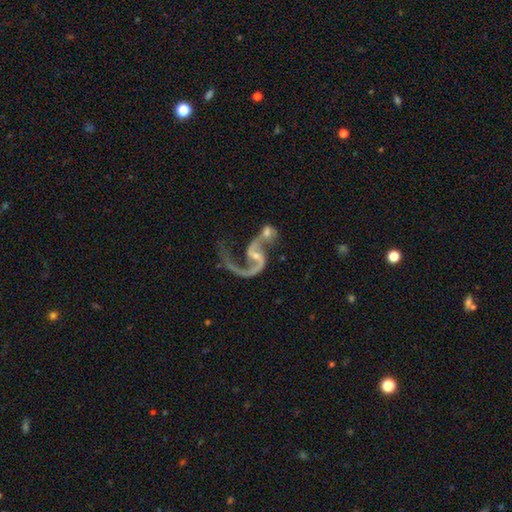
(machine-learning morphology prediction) Smooth or featured? Predicted: featured or disk (p=0.88). Edge-on disk? Predicted: no (p=0.97). Bar? Predicted: no (p=0.47). Spiral arms? Predicted: yes (p=0.92). Spiral winding? Predicted: loose (p=0.72). Spiral arm count? Predicted: 2 (p=0.66). Bulge size? Predicted: small (p=0.59). Merging? Predicted: merger (p=0.37).